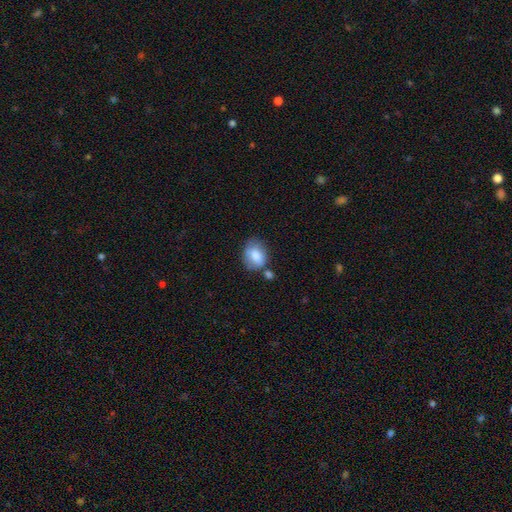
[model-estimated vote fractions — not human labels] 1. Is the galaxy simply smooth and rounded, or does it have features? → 78% smooth, 14% featured or disk, 8% star or artifact.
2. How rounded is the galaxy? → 68% in between, 31% round, 1% cigar-shaped.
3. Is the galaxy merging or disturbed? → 52% none, 24% minor disturbance, 16% merger, 8% major disturbance.